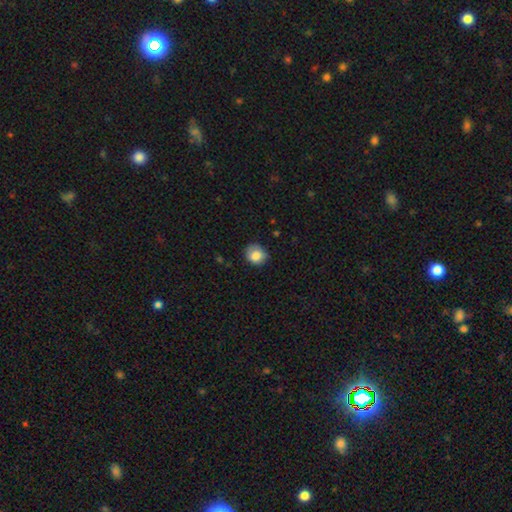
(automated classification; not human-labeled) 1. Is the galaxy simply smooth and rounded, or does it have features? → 81% smooth, 11% featured or disk, 8% star or artifact.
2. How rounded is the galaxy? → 77% round, 22% in between, 1% cigar-shaped.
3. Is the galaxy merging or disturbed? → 69% none, 24% minor disturbance, 6% major disturbance, 1% merger.